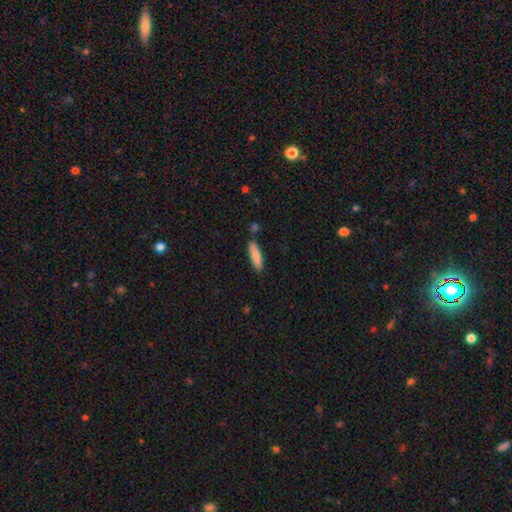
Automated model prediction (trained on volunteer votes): A smooth galaxy with no disk features (83%) that is cigar-shaped (73%).

Vote fractions:
- Smooth or featured? smooth: 83% / featured or disk: 11% / star or artifact: 6%
- How rounded? cigar-shaped: 73% / in between: 26% / round: 1%
- Merging? none: 84% / minor disturbance: 10% / merger: 4% / major disturbance: 2%